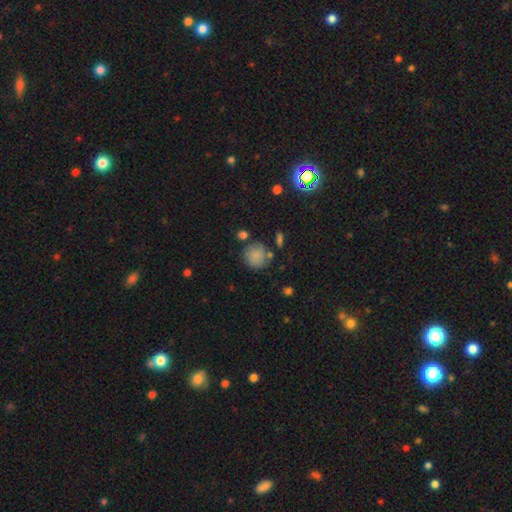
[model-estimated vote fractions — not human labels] The model was most divided on "merging": none: 69%, minor disturbance: 16%, merger: 9%, major disturbance: 6%. More confident: how rounded — round (88%); smooth or featured — smooth (82%).